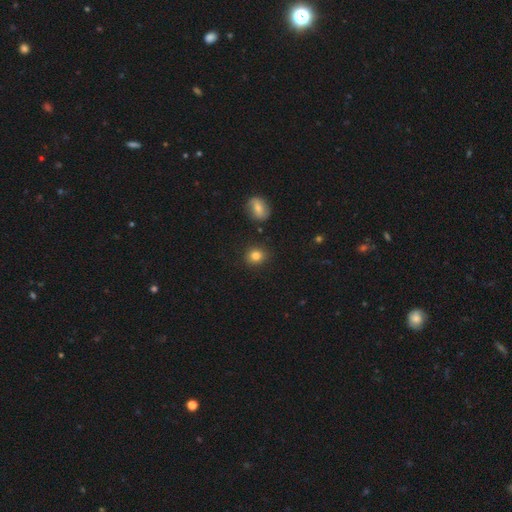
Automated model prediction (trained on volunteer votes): A smooth galaxy with no disk features (83%) that is round (79%).

Vote fractions:
- Smooth or featured? smooth: 83% / star or artifact: 11% / featured or disk: 6%
- How rounded? round: 79% / in between: 20% / cigar-shaped: 1%
- Merging? none: 87% / minor disturbance: 8% / merger: 3% / major disturbance: 2%